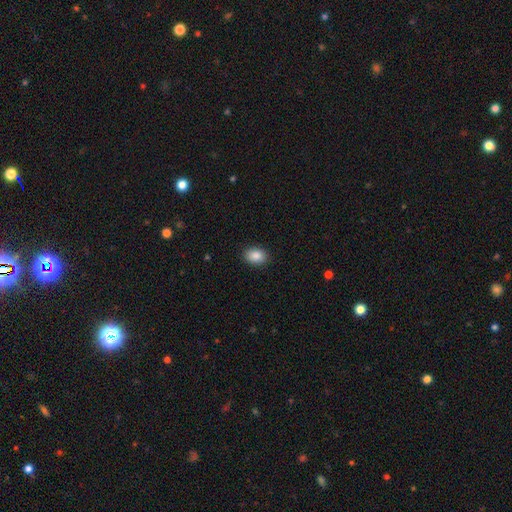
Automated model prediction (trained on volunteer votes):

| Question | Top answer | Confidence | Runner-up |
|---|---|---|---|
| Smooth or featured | smooth | 88% | star or artifact (8%) |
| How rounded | in between | 74% | round (25%) |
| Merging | none | 90% | minor disturbance (7%) |